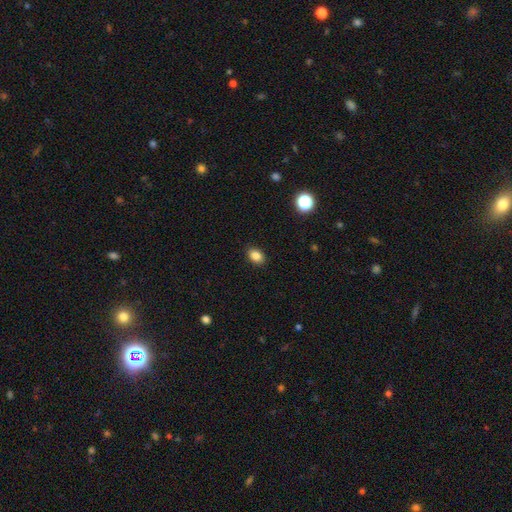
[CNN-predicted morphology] Smooth or featured? smooth (85%)
How rounded? in between (78%)
Merging? none (89%)